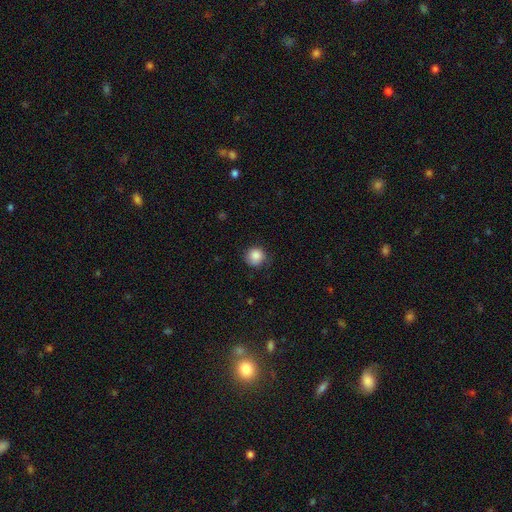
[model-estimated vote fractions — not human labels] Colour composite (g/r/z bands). It shows a smooth galaxy with no disk features (87%) that is round (91%). Merging: none (75%).